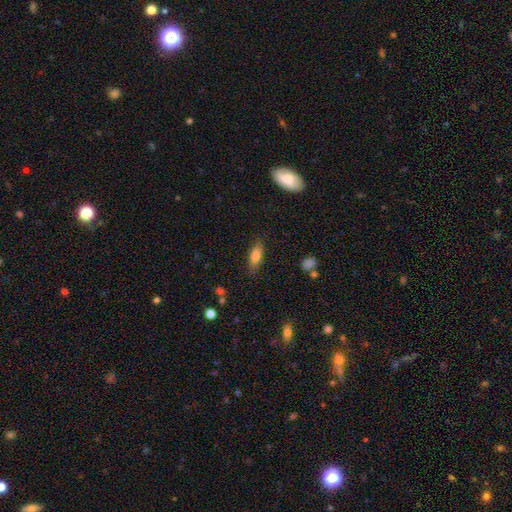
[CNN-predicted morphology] Smooth or featured: smooth — 75% (featured or disk — 16%)
How rounded: in between — 71% (cigar-shaped — 26%)
Merging: none — 81% (minor disturbance — 14%)